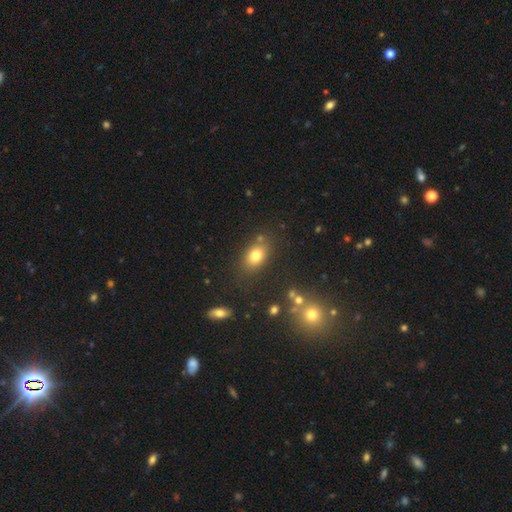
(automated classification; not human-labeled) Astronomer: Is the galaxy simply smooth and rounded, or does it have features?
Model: smooth — 76%.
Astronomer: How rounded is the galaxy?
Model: in between — 73%.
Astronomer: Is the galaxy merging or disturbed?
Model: none — 76%.